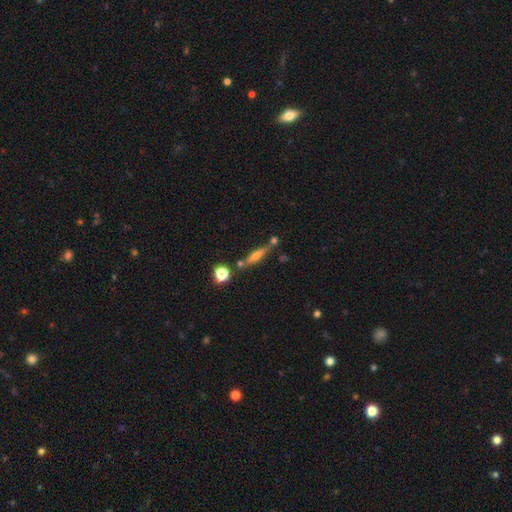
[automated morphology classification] featured or disk 52%, smooth 36%, star or artifact 12%. Down the decision tree: edge-on disk — yes (91%); merging — none (68%).